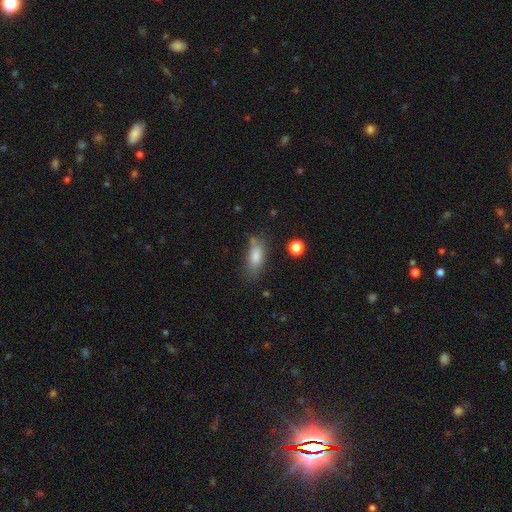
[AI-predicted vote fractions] Smooth or featured?
  - smooth: 78% *
  - featured or disk: 12%
  - star or artifact: 10%
How rounded?
  - in between: 73% *
  - cigar-shaped: 24%
  - round: 4%
Merging?
  - none: 64% *
  - minor disturbance: 23%
  - major disturbance: 7%
  - merger: 5%